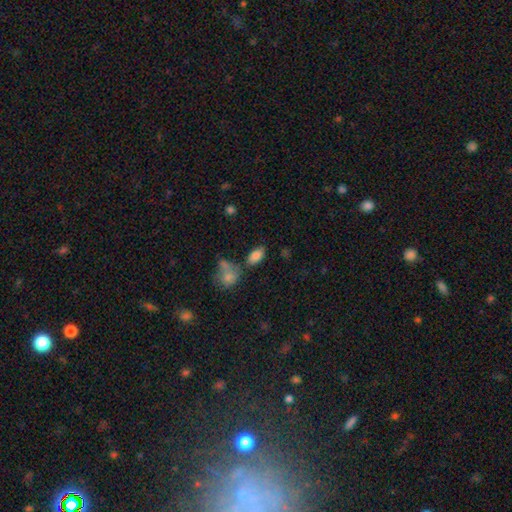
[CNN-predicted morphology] A smooth galaxy with no disk features (84%) that is in between round and cigar-shaped (92%).

Vote fractions:
- Smooth or featured? smooth: 84% / star or artifact: 8% / featured or disk: 8%
- How rounded? in between: 92% / round: 4% / cigar-shaped: 4%
- Merging? none: 68% / minor disturbance: 14% / merger: 13% / major disturbance: 5%